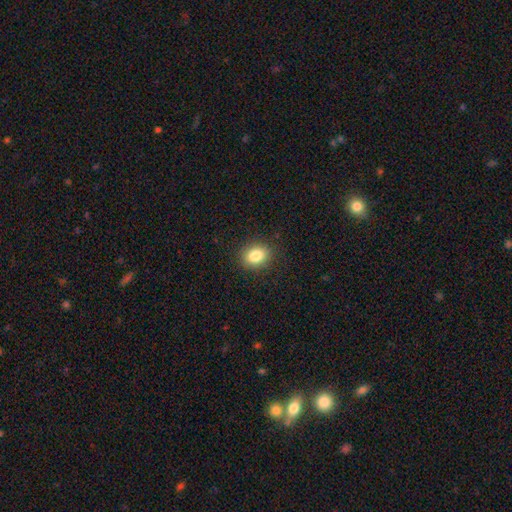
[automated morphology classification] smooth_or_featured: smooth (p=0.84) [alt: star or artifact p=0.10]
how_rounded: in between (p=0.59) [alt: round p=0.40]
merging: none (p=0.89) [alt: minor disturbance p=0.08]